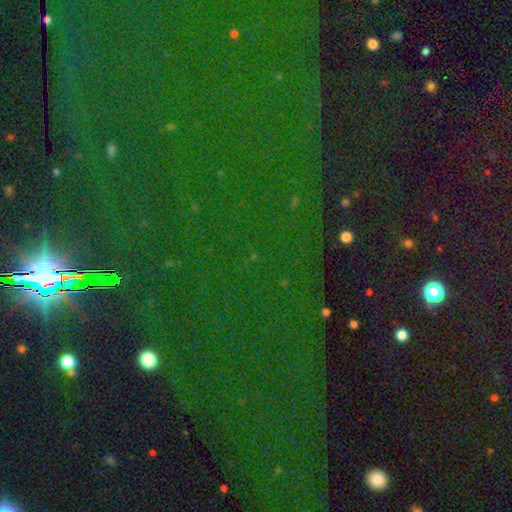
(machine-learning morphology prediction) A star or artifact, not a galaxy (85%).

Vote fractions:
- Smooth or featured? star or artifact: 85% / smooth: 8% / featured or disk: 7%